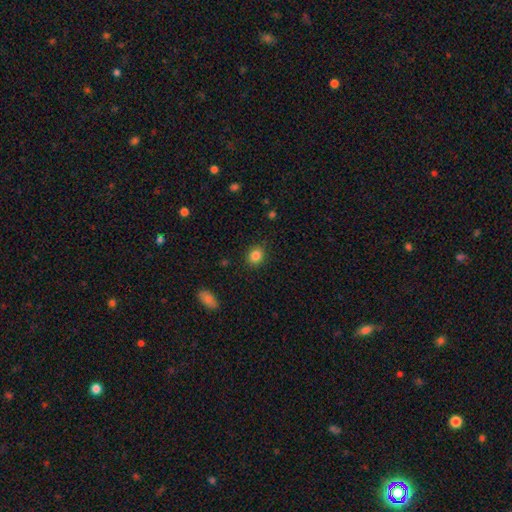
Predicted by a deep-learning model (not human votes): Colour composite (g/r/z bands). It shows a smooth galaxy with no disk features (85%) that is round (61%). Merging: none (86%).